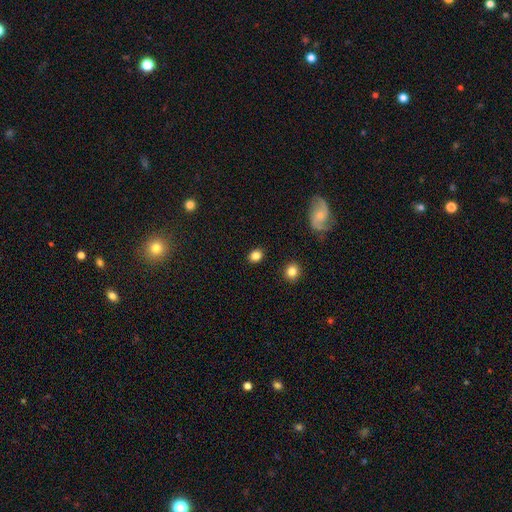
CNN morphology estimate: This is clearly a smooth galaxy (84%). How rounded: possibly round (51%). Merging: clearly none (88%).